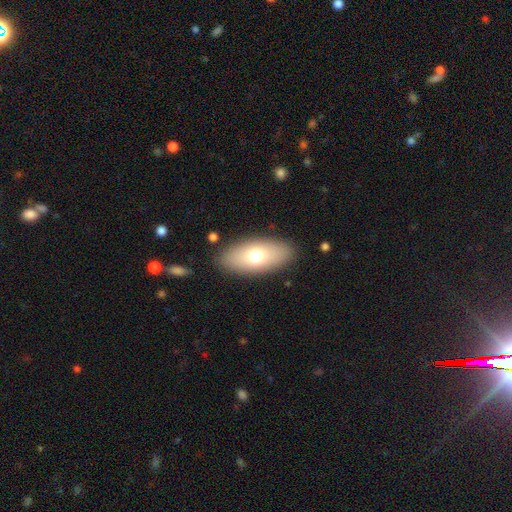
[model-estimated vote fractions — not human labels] A smooth galaxy with no disk features (70%) that is in between round and cigar-shaped (89%). Merging: none (87%).